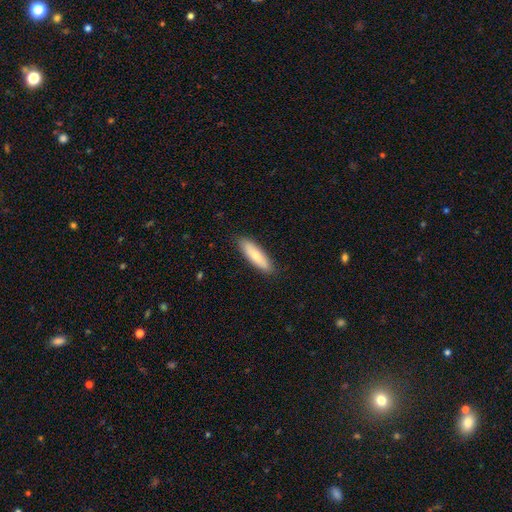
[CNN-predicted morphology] Smooth or featured: smooth — 74% (featured or disk — 20%)
How rounded: cigar-shaped — 61% (in between — 37%)
Merging: none — 88% (minor disturbance — 10%)